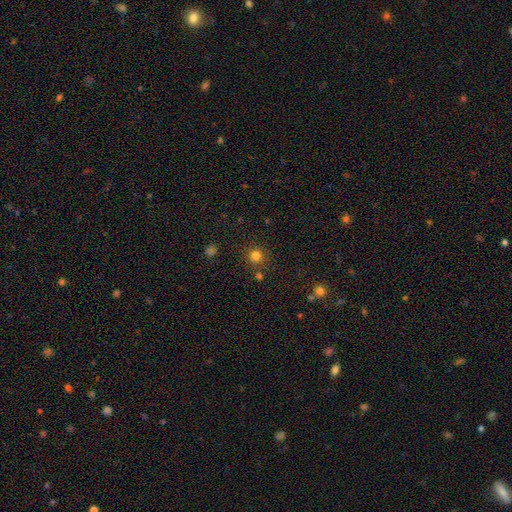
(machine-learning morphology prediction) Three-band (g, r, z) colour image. It shows a smooth galaxy with no disk features (79%) that is round (93%). Merging: none (85%).